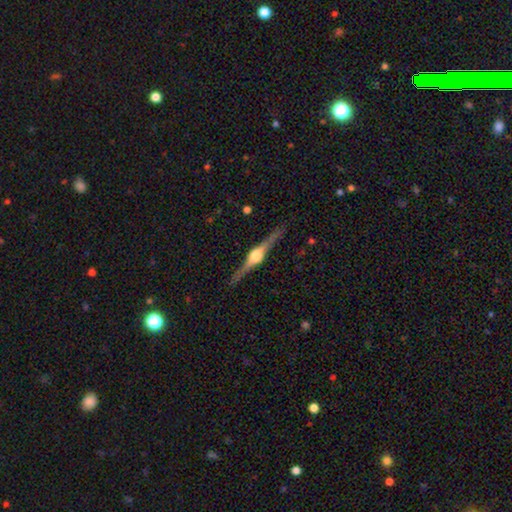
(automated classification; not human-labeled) smooth_or_featured: featured or disk (p=0.85) [alt: smooth p=0.10]
disk_edge_on: yes (p=0.98) [alt: no p=0.02]
edge_on_bulge: rounded (p=0.94) [alt: boxy p=0.05]
merging: none (p=0.90) [alt: minor disturbance p=0.08]